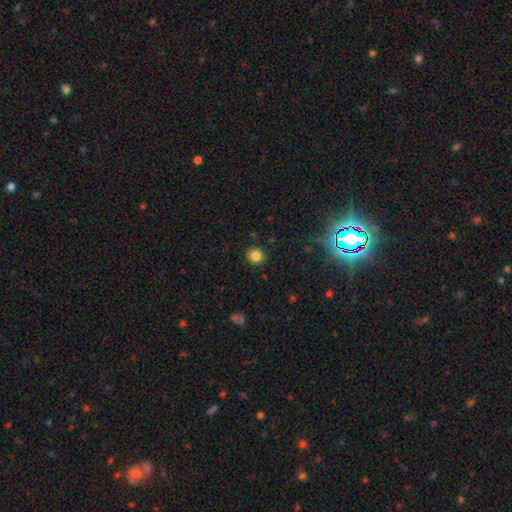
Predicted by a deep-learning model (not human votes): Smooth or featured?
  - smooth: 84% *
  - star or artifact: 11%
  - featured or disk: 5%
How rounded?
  - round: 88% *
  - in between: 12%
  - cigar-shaped: 1%
Merging?
  - none: 90% *
  - minor disturbance: 6%
  - major disturbance: 2%
  - merger: 1%